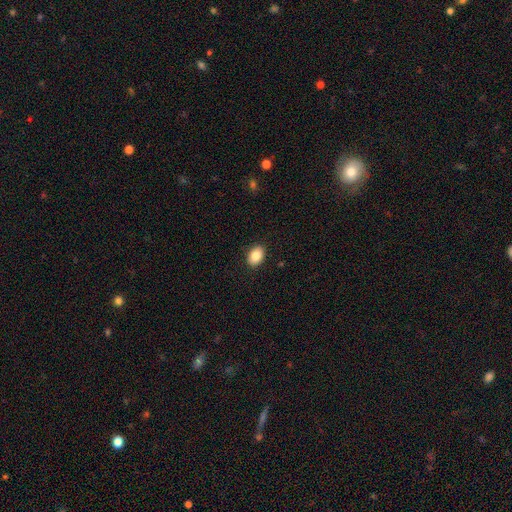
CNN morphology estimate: A smooth galaxy with no disk features (86%) that is in between round and cigar-shaped (83%). Merging: none (90%).